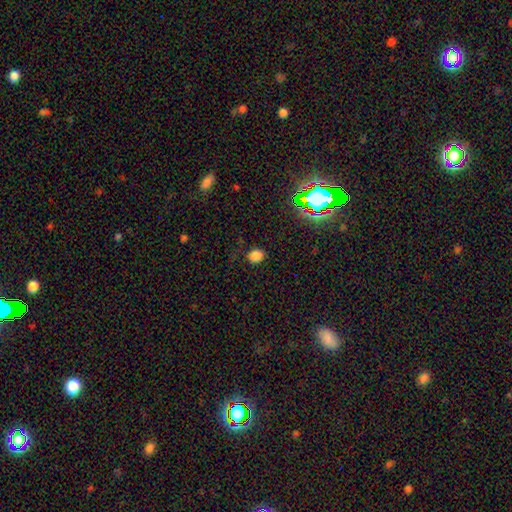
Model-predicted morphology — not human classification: A smooth galaxy with no disk features (79%) that is round (53%).

Vote fractions:
- Smooth or featured? smooth: 79% / star or artifact: 17% / featured or disk: 5%
- How rounded? round: 53% / in between: 46% / cigar-shaped: 1%
- Merging? none: 82% / minor disturbance: 12% / major disturbance: 5% / merger: 1%